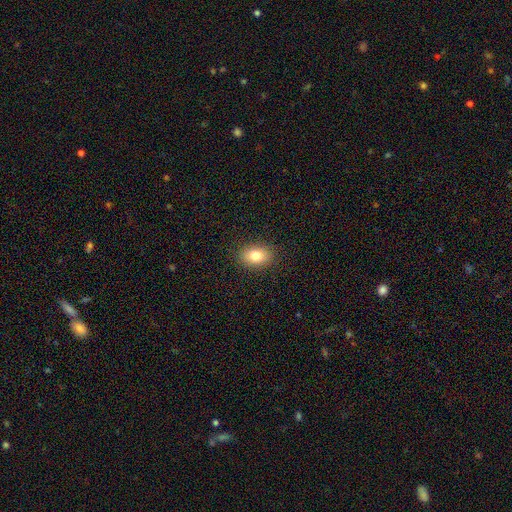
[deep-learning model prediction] A smooth galaxy with no disk features (80%) that is in between round and cigar-shaped (81%).

Vote fractions:
- Smooth or featured? smooth: 80% / featured or disk: 10% / star or artifact: 9%
- How rounded? in between: 81% / round: 17% / cigar-shaped: 1%
- Merging? none: 89% / minor disturbance: 8% / major disturbance: 2% / merger: 1%